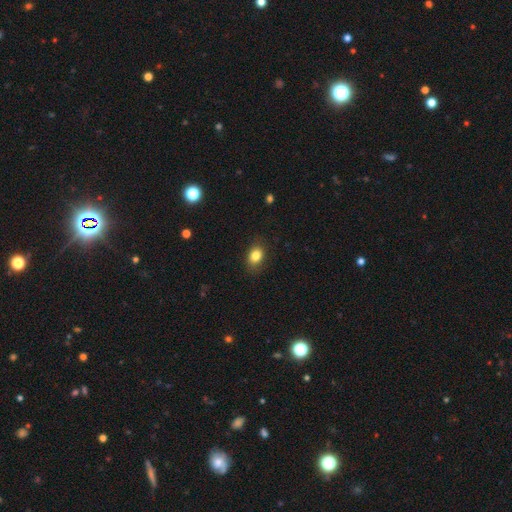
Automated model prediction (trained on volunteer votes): The model was most divided on "how rounded": in between: 71%, round: 28%, cigar-shaped: 1%. More confident: merging — none (83%); smooth or featured — smooth (83%).